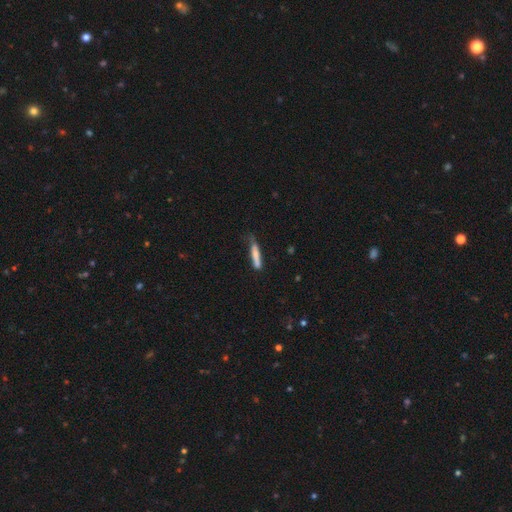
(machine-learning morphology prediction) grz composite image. It shows a smooth galaxy with no disk features (71%) that is cigar-shaped (90%). Merging: none (55%).